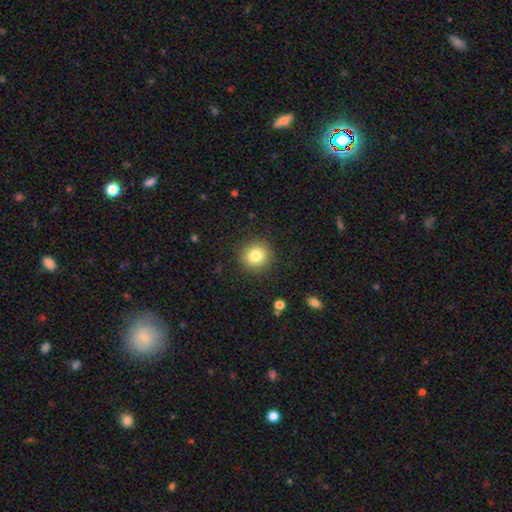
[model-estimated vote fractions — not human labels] This appears to be a smooth galaxy with no disk features (81%) that is round (91%). Merging: none (89%).